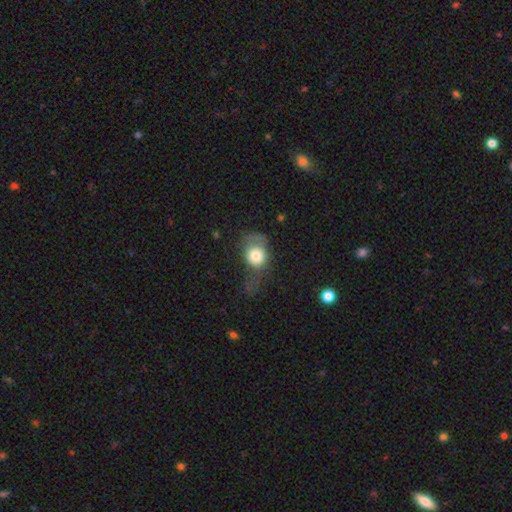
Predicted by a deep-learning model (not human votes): Smooth or featured: smooth — 71% (featured or disk — 20%)
How rounded: round — 60% (in between — 39%)
Merging: major disturbance — 42% (none — 28%)